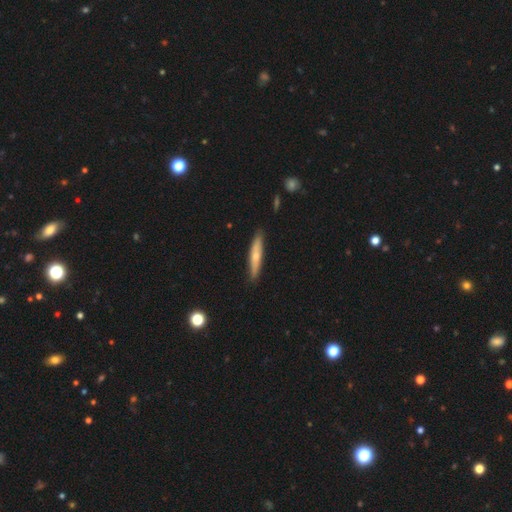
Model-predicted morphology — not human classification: Q: Smooth or featured?
A: smooth (51%); runner-up: featured or disk (43%)
Q: How rounded?
A: cigar-shaped (89%); runner-up: in between (9%)
Q: Merging?
A: none (88%); runner-up: minor disturbance (9%)